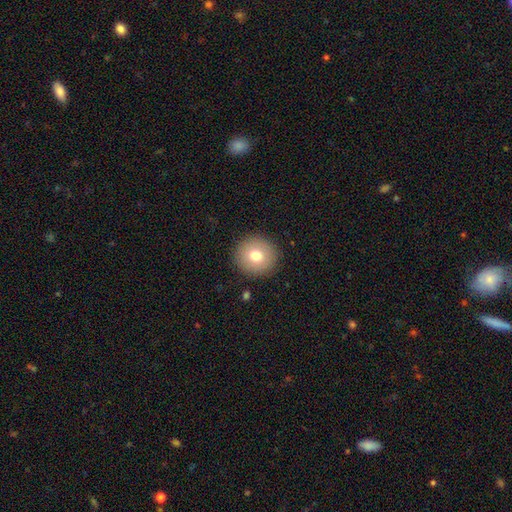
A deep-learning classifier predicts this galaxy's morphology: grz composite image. It shows a smooth galaxy with no disk features (75%) that is round (93%). Merging: none (91%).